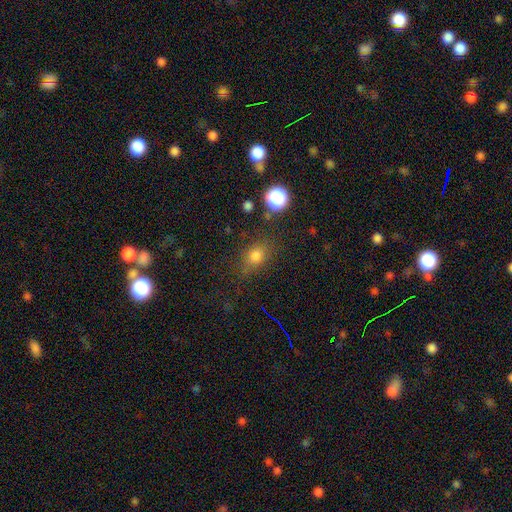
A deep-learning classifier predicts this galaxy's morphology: type=smooth (74%); roundness=round (50%); merging=none (74%).